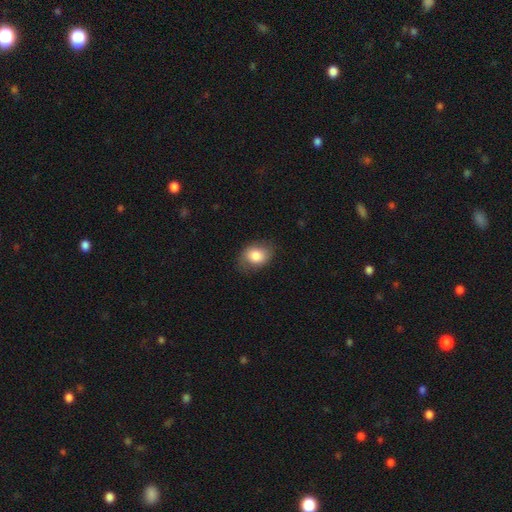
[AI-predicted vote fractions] Overall: smooth (81%). How rounded: in between (66%; round 33%). Merging: none (74%).